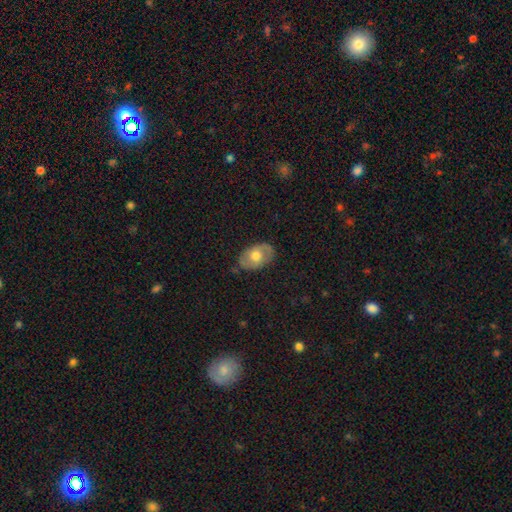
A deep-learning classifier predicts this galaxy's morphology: type=smooth (54%); roundness=in between (86%); merging=none (78%).